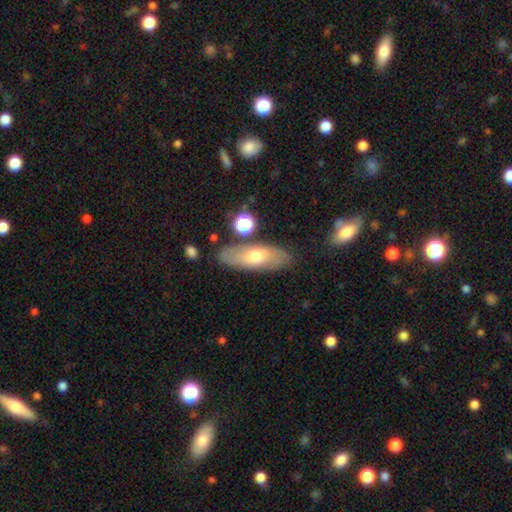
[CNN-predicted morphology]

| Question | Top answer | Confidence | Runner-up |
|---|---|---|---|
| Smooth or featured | smooth | 55% | featured or disk (37%) |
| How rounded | in between | 64% | cigar-shaped (33%) |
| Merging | none | 81% | minor disturbance (12%) |